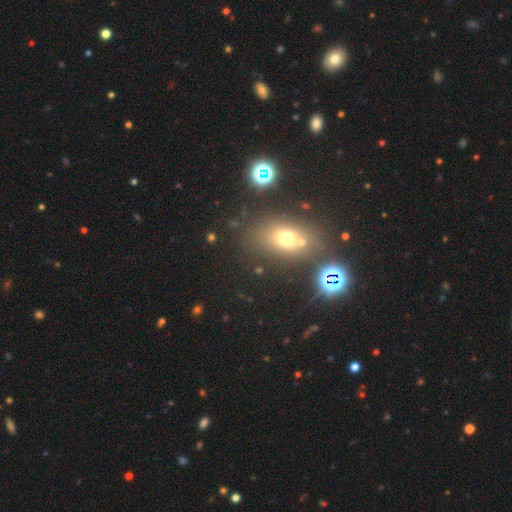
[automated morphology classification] Smooth or featured?
  - smooth: 52% *
  - star or artifact: 30%
  - featured or disk: 17%
How rounded?
  - in between: 70% *
  - round: 25%
  - cigar-shaped: 5%
Merging?
  - none: 73% *
  - minor disturbance: 11%
  - merger: 11%
  - major disturbance: 5%